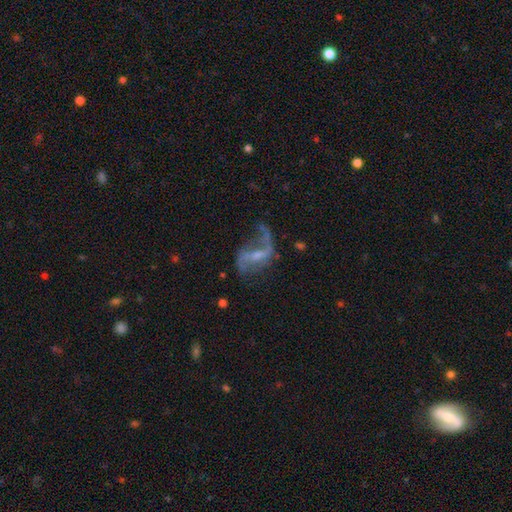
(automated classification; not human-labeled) Smooth or featured: featured or disk — 82% (smooth — 9%)
Edge-on disk: no — 96% (yes — 4%)
Bar: weak — 46% (strong — 29%)
Spiral arms: yes — 89% (no — 11%)
Spiral winding: loose — 81% (medium — 15%)
Spiral arm count: 2 — 76% (1 — 16%)
Bulge size: small — 56% (moderate — 28%)
Merging: none — 47% (major disturbance — 29%)